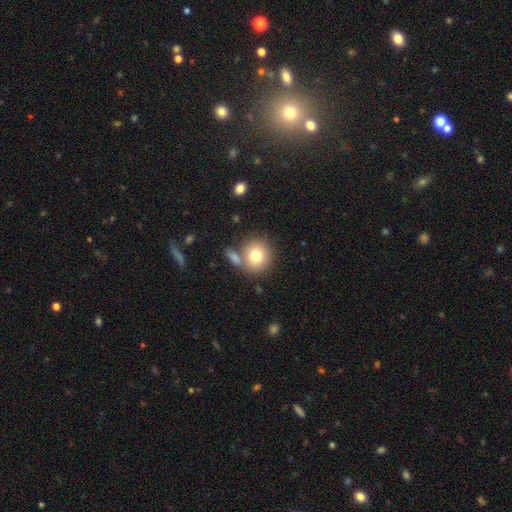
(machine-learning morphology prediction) The model was most divided on "merging": none: 63%, merger: 22%, minor disturbance: 11%, major disturbance: 4%. More confident: how rounded — round (83%); smooth or featured — smooth (78%).